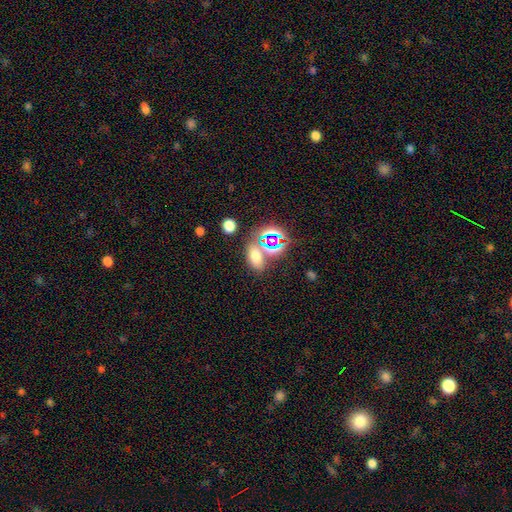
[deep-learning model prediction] smooth 60%, star or artifact 31%, featured or disk 10%. Down the decision tree: how rounded — in between (78%); merging — none (60%).